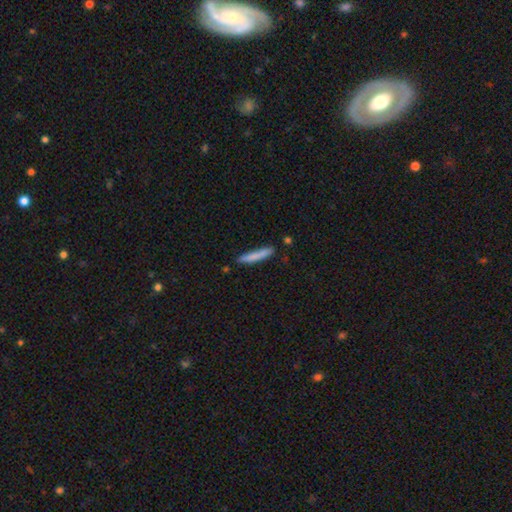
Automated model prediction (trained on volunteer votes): Smooth or featured: smooth — 79% (featured or disk — 14%)
How rounded: cigar-shaped — 94% (in between — 5%)
Merging: none — 81% (minor disturbance — 13%)